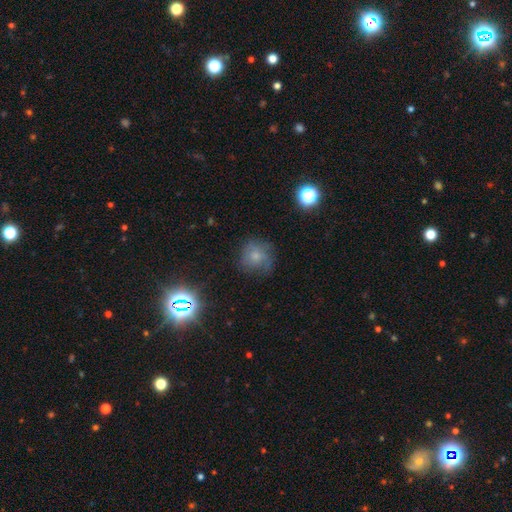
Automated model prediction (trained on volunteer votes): smooth-or-featured: smooth: 58% | featured or disk: 26% | star or artifact: 15%
  how-rounded: round: 83% | in between: 16% | cigar-shaped: 1%
  merging: none: 60% | minor disturbance: 23% | major disturbance: 14% | merger: 2%